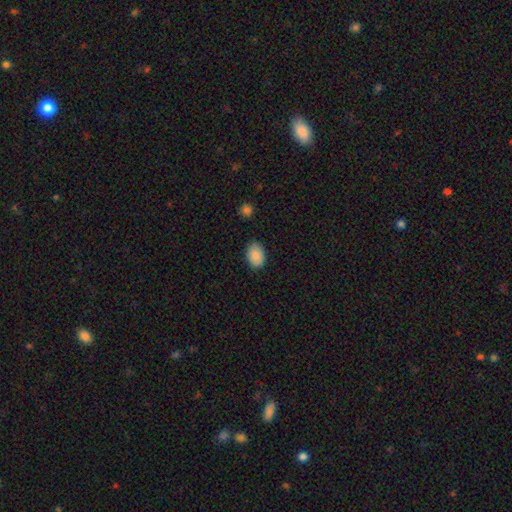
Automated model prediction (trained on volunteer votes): Smooth or featured: smooth — 87% (star or artifact — 7%)
How rounded: in between — 84% (round — 15%)
Merging: none — 86% (minor disturbance — 11%)